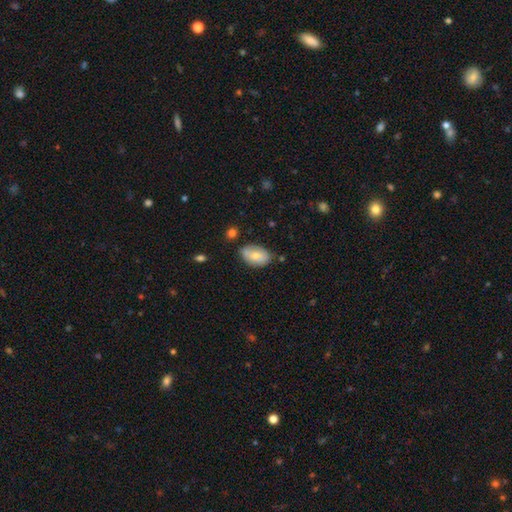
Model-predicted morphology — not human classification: The model was most divided on "smooth or featured": smooth: 74%, featured or disk: 20%, star or artifact: 7%. More confident: how rounded — in between (92%); merging — none (74%).